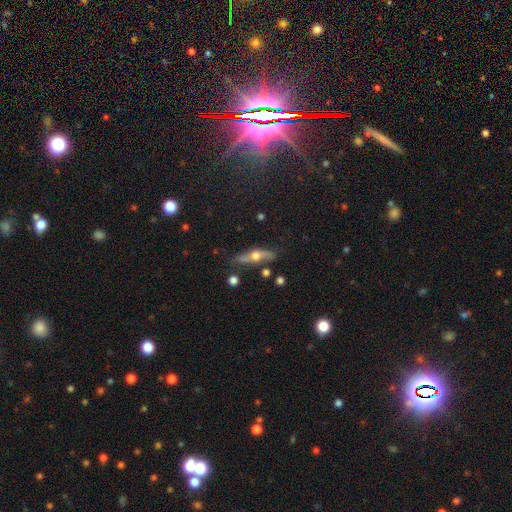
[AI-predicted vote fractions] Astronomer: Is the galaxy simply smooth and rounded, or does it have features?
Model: featured or disk — 60%.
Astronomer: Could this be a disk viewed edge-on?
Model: yes — 76%.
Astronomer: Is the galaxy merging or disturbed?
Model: none — 72%.